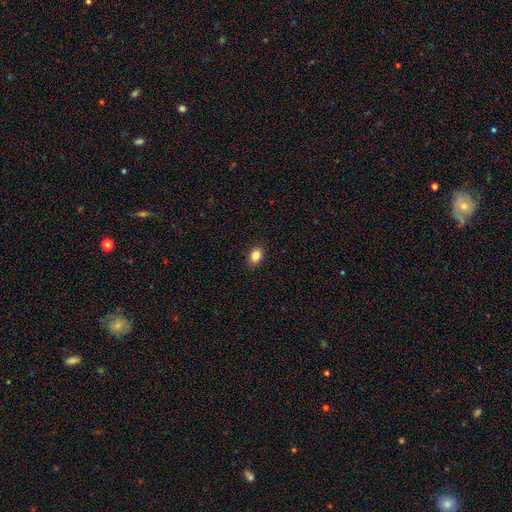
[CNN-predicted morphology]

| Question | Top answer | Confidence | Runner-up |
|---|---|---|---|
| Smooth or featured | smooth | 85% | star or artifact (10%) |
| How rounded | in between | 71% | round (28%) |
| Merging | none | 90% | minor disturbance (7%) |